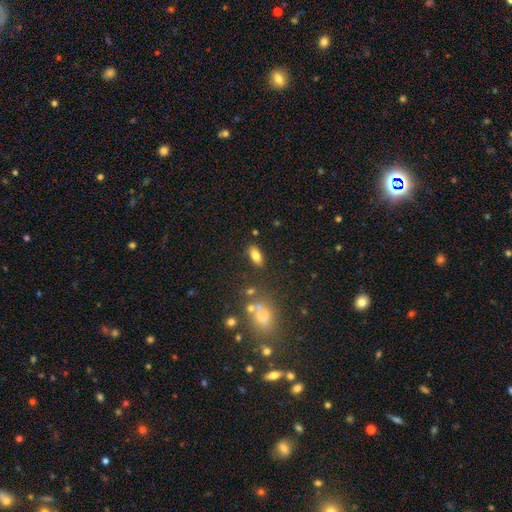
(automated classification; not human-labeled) The model was most divided on "smooth or featured": smooth: 74%, featured or disk: 17%, star or artifact: 10%. More confident: how rounded — in between (83%); merging — none (81%).